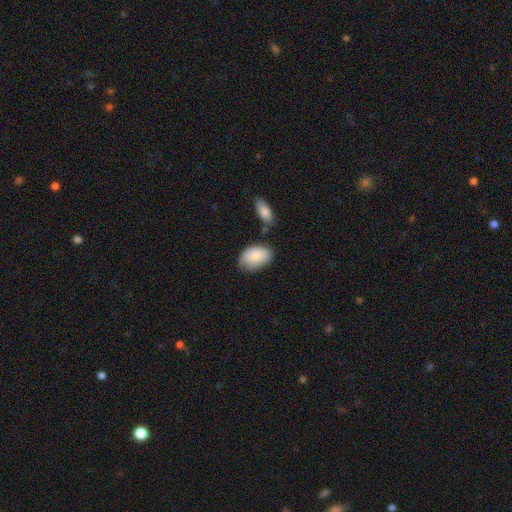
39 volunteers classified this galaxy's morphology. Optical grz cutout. It shows a smooth galaxy with no disk features (85%) that is in between round and cigar-shaped (88%). Merging: none (53%).